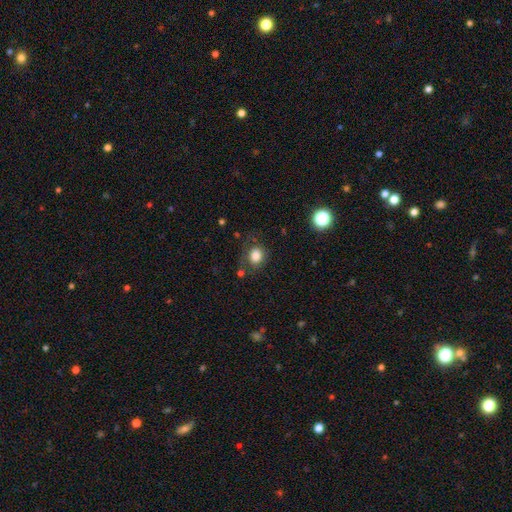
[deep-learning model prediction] Smooth or featured? smooth (81%)
How rounded? round (61%)
Merging? none (62%)